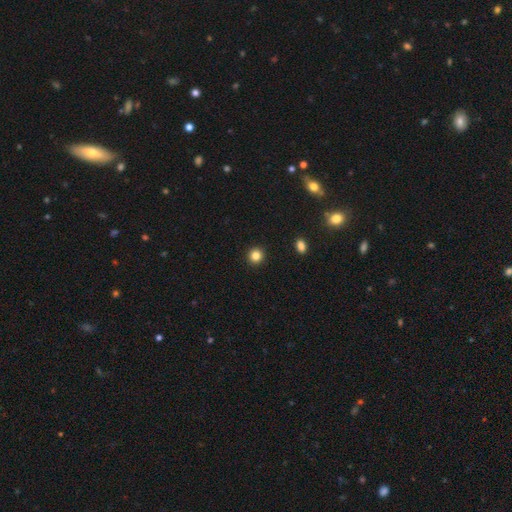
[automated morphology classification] Smooth or featured? Predicted: smooth (p=0.84). How rounded? Predicted: round (p=0.94). Merging? Predicted: none (p=0.93).